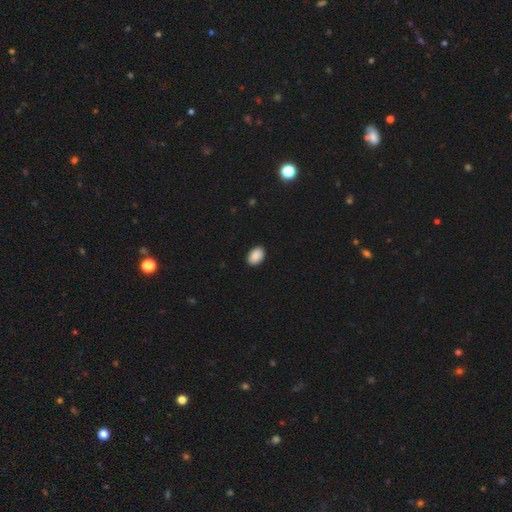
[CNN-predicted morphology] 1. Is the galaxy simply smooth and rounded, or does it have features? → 90% smooth, 7% star or artifact, 3% featured or disk.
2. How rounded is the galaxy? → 86% in between, 13% round, 1% cigar-shaped.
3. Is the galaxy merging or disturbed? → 91% none, 7% minor disturbance, 2% major disturbance, 1% merger.